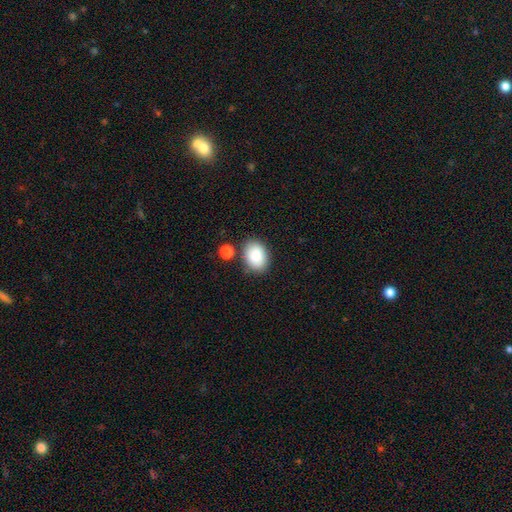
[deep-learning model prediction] smooth_or_featured: smooth (p=0.88) [alt: star or artifact p=0.07]
how_rounded: in between (p=0.81) [alt: round p=0.18]
merging: none (p=0.77) [alt: minor disturbance p=0.13]